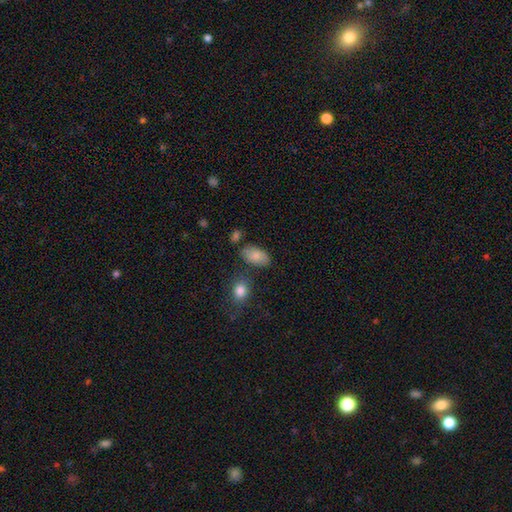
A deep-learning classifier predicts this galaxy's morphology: smooth-or-featured: smooth: 82% | featured or disk: 11% | star or artifact: 8%
  how-rounded: in between: 92% | round: 6% | cigar-shaped: 2%
  merging: none: 70% | minor disturbance: 19% | merger: 7% | major disturbance: 5%